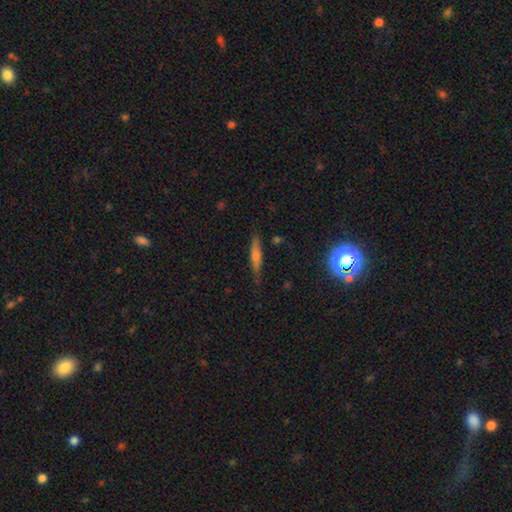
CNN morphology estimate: Smooth or featured?
  - smooth: 54% *
  - featured or disk: 36%
  - star or artifact: 10%
How rounded?
  - cigar-shaped: 84% *
  - in between: 14%
  - round: 2%
Merging?
  - none: 81% *
  - minor disturbance: 14%
  - major disturbance: 3%
  - merger: 2%